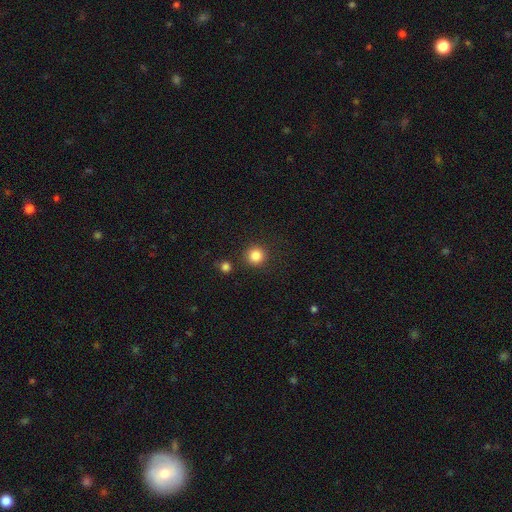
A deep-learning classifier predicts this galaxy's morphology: type=smooth (85%); roundness=round (94%); merging=none (88%).